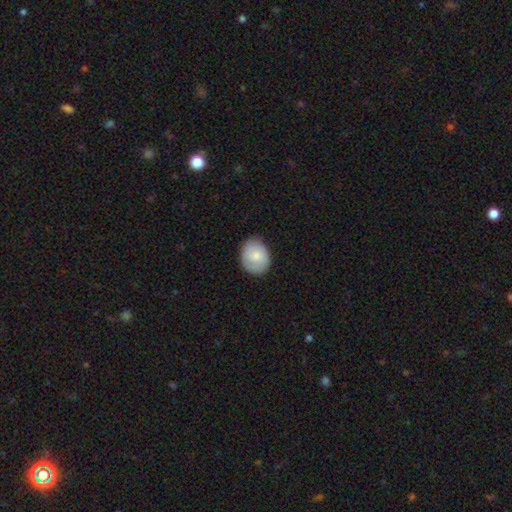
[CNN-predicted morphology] type=smooth (77%); roundness=round (51%); merging=none (78%).